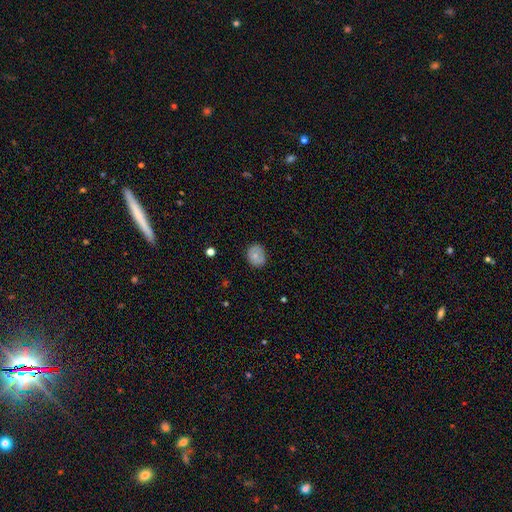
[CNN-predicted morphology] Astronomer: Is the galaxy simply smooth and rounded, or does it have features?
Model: smooth — 70%.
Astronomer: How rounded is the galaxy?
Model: round — 61% (runner-up: in between, 38%).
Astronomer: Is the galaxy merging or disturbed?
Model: none — 80%.